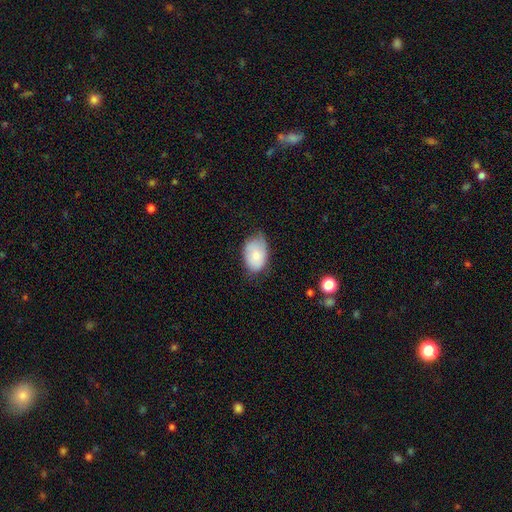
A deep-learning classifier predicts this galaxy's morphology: smooth 78%, featured or disk 15%, star or artifact 7%. Down the decision tree: how rounded — in between (87%); merging — none (56%).